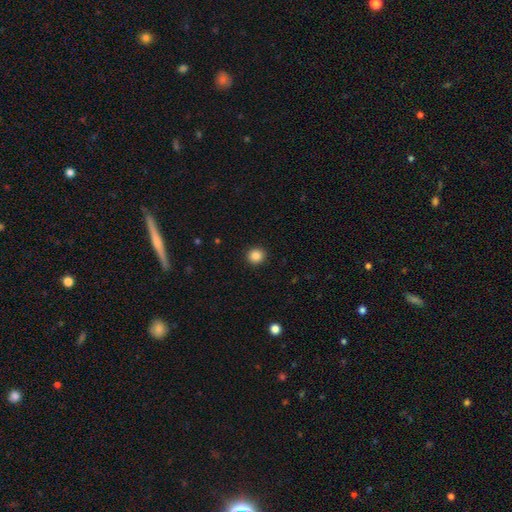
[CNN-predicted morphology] A smooth galaxy with no disk features (86%) that is round (92%). Merging: none (93%).